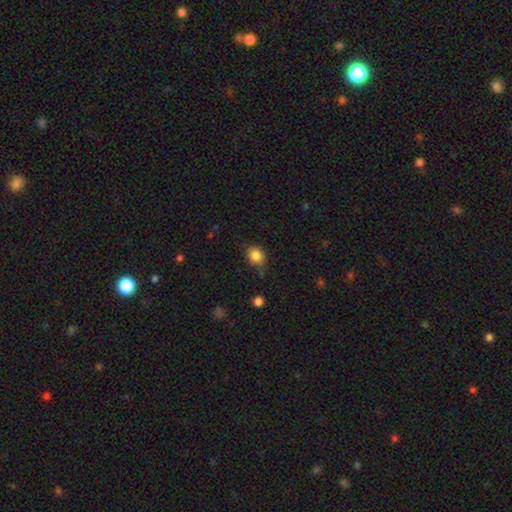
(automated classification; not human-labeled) Morphology: type=smooth (84%); roundness=round (65%); merging=none (66%).